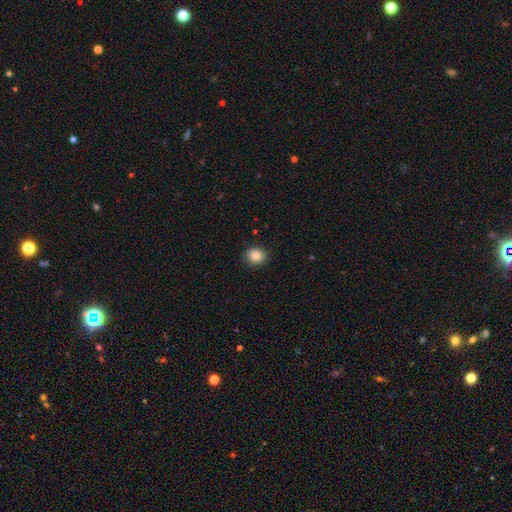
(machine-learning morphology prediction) A smooth galaxy with no disk features (86%) that is round (75%).

Vote fractions:
- Smooth or featured? smooth: 86% / star or artifact: 9% / featured or disk: 4%
- How rounded? round: 75% / in between: 24% / cigar-shaped: 1%
- Merging? none: 89% / minor disturbance: 8% / major disturbance: 2% / merger: 1%